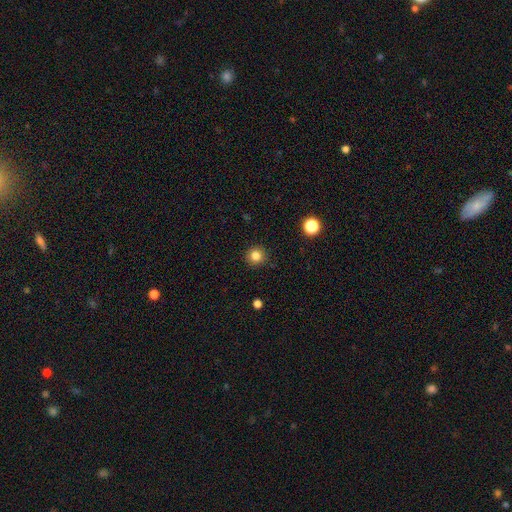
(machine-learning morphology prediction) Overall: smooth (83%). How rounded: round (94%). Merging: none (92%).